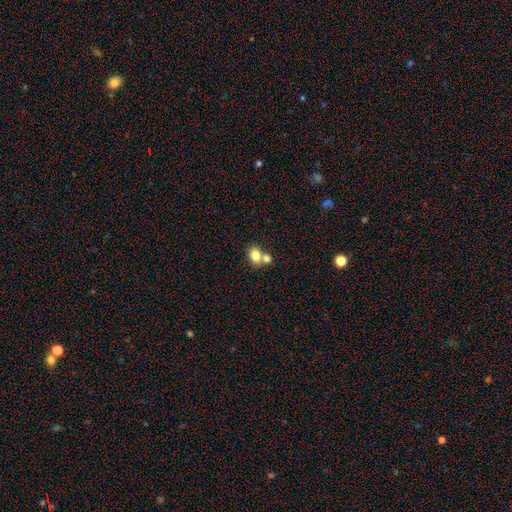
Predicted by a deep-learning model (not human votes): A smooth galaxy with no disk features (79%) that is in between round and cigar-shaped (63%). Merging: merger (44%).